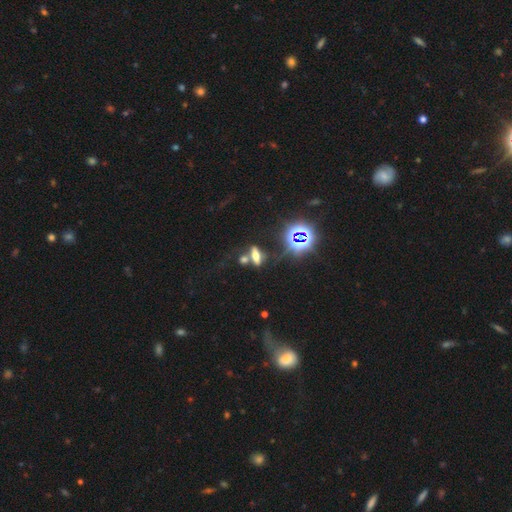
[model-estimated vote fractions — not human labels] Morphology: type=smooth (42%); merging=none (55%).